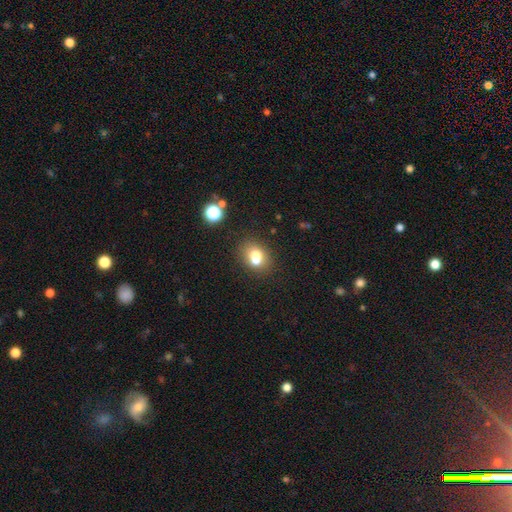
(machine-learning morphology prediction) A smooth galaxy with no disk features (71%) that is in between round and cigar-shaped (55%).

Vote fractions:
- Smooth or featured? smooth: 71% / featured or disk: 17% / star or artifact: 12%
- How rounded? in between: 55% / round: 44% / cigar-shaped: 1%
- Merging? none: 49% / merger: 33% / minor disturbance: 13% / major disturbance: 5%